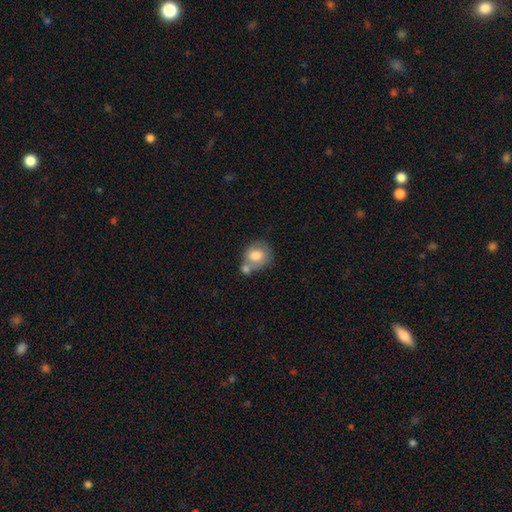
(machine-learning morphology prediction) Smooth or featured? Predicted: smooth (p=0.76). How rounded? Predicted: round (p=0.68). Merging? Predicted: merger (p=0.42).